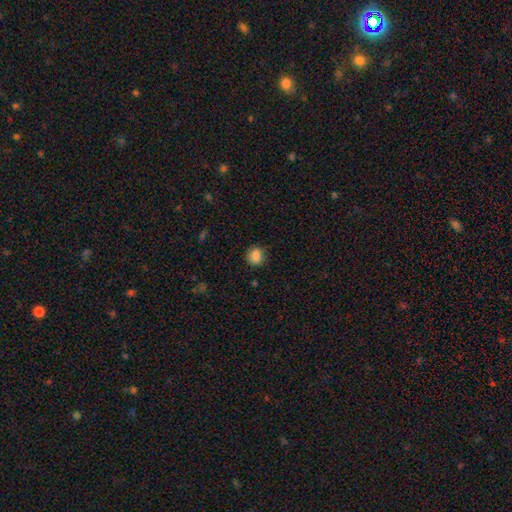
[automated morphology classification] type=smooth (85%); roundness=round (70%); merging=none (83%).